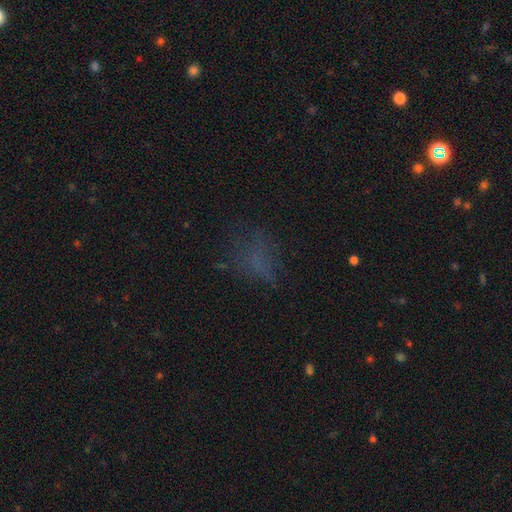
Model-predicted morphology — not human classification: Overall: smooth (47%; star or artifact 34%). Merging: none (57%; major disturbance 22%).